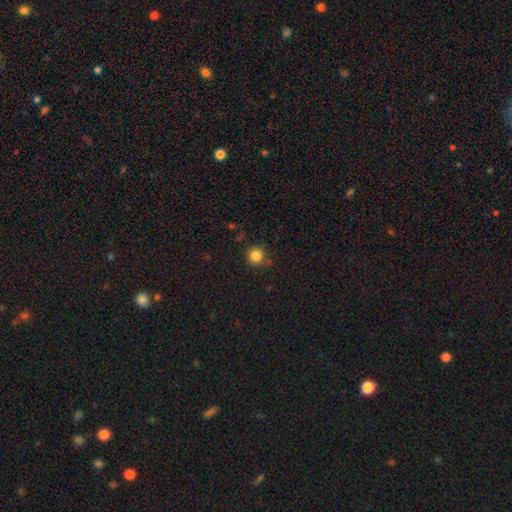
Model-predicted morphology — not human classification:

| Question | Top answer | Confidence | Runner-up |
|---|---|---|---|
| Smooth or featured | smooth | 85% | star or artifact (12%) |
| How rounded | round | 94% | in between (5%) |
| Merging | none | 87% | minor disturbance (8%) |